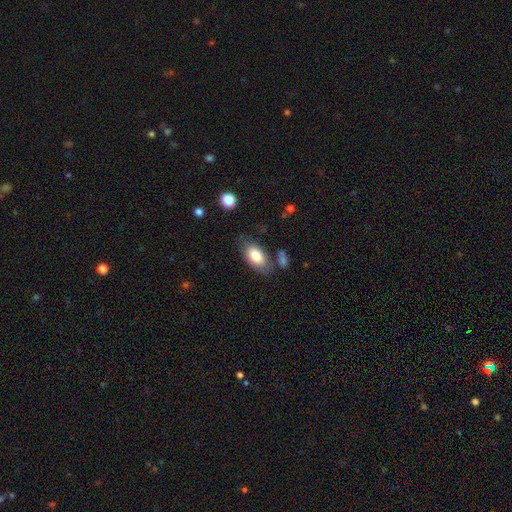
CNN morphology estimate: Smooth or featured?
  - smooth: 82% *
  - featured or disk: 12%
  - star or artifact: 6%
How rounded?
  - in between: 93% *
  - round: 4%
  - cigar-shaped: 4%
Merging?
  - none: 68% *
  - minor disturbance: 19%
  - merger: 7%
  - major disturbance: 6%